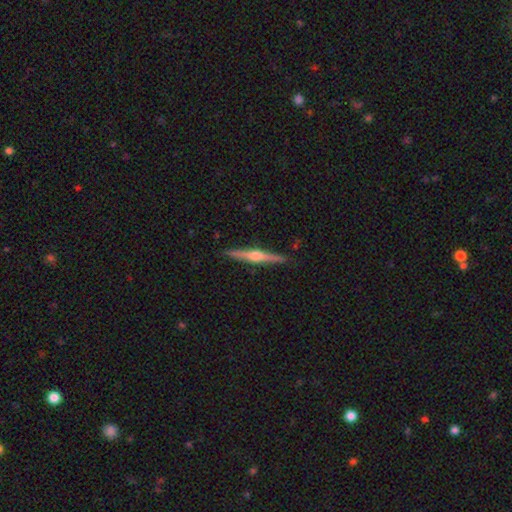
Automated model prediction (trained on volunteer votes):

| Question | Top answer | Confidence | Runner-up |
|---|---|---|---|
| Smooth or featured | featured or disk | 79% | smooth (16%) |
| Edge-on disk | yes | 98% | no (2%) |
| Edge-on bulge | rounded | 91% | boxy (5%) |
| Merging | none | 91% | minor disturbance (6%) |